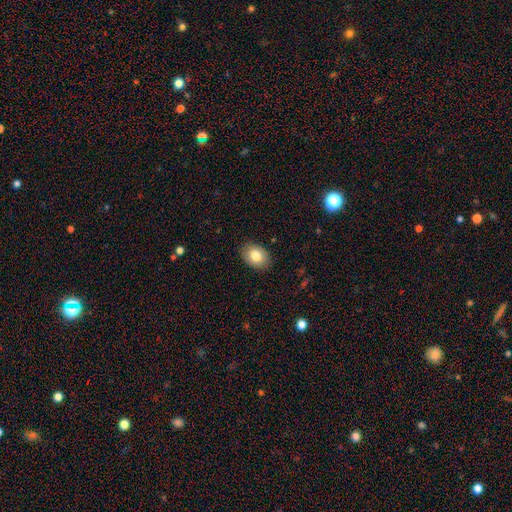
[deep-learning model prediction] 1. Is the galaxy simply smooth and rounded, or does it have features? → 82% smooth, 10% featured or disk, 8% star or artifact.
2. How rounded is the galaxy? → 76% in between, 23% round, 1% cigar-shaped.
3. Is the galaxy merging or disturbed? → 88% none, 9% minor disturbance, 2% major disturbance, 1% merger.